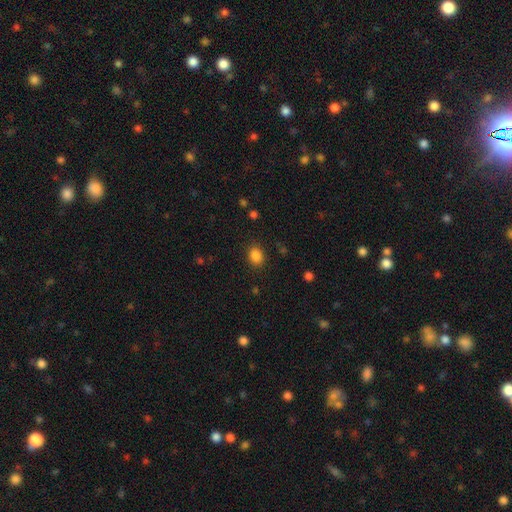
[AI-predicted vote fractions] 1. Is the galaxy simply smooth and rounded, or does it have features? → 86% smooth, 11% star or artifact, 4% featured or disk.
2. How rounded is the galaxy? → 57% in between, 42% round, 1% cigar-shaped.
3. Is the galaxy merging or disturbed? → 86% none, 9% minor disturbance, 3% major disturbance, 1% merger.